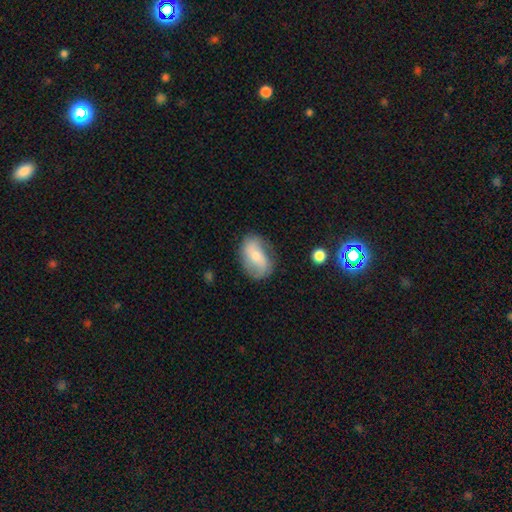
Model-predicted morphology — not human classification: A featured or disk galaxy (47%).

Vote fractions:
- Smooth or featured? featured or disk: 47% / smooth: 45% / star or artifact: 7%
- Merging? none: 70% / minor disturbance: 21% / major disturbance: 7% / merger: 2%